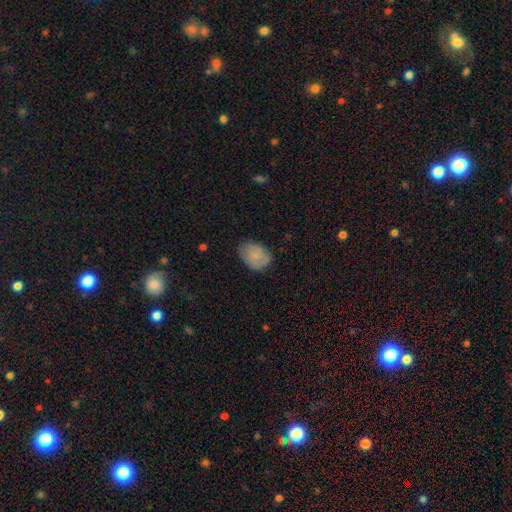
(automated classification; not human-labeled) Morphology: type=smooth (78%); roundness=in between (75%); merging=none (72%).